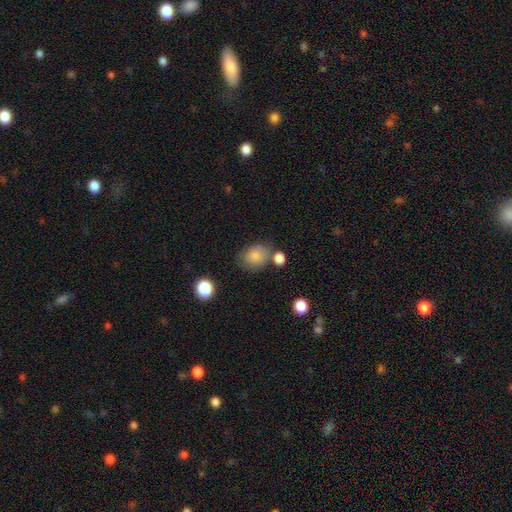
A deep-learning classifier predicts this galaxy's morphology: Smooth or featured? smooth (84%)
How rounded? in between (50%)
Merging? none (63%)